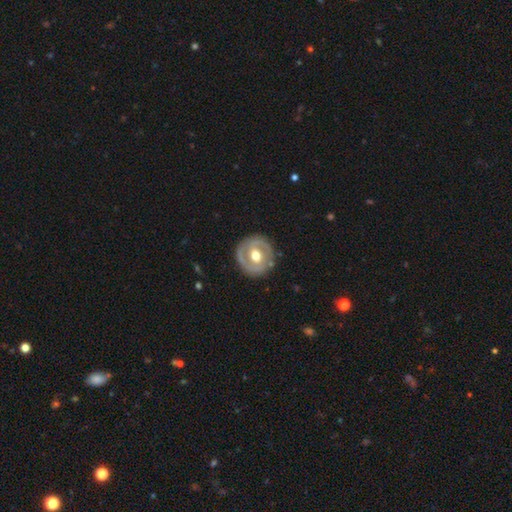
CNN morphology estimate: smooth_or_featured: featured or disk (p=0.68) [alt: smooth p=0.27]
disk_edge_on: no (p=0.96) [alt: yes p=0.04]
bar: no (p=0.42) [alt: weak p=0.40]
has_spiral_arms: yes (p=0.53) [alt: no p=0.47]
bulge_size: moderate (p=0.79) [alt: large p=0.11]
merging: none (p=0.84) [alt: minor disturbance p=0.11]